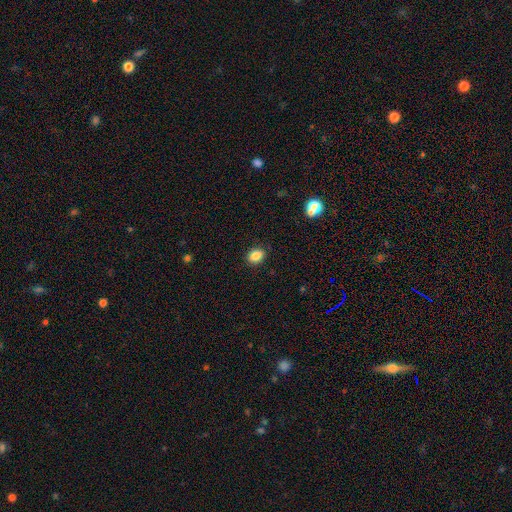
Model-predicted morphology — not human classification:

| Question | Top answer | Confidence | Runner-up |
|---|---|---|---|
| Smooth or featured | smooth | 86% | star or artifact (10%) |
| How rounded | in between | 60% | round (39%) |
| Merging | none | 89% | minor disturbance (8%) |